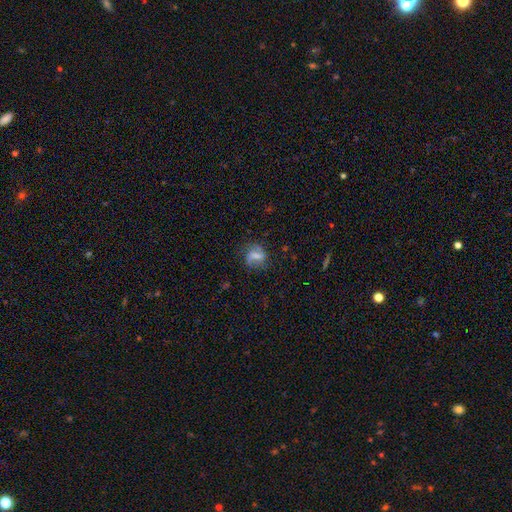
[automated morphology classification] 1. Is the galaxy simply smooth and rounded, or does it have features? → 51% featured or disk, 38% smooth, 11% star or artifact.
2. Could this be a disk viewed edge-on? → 95% no, 5% yes.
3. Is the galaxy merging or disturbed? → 65% none, 20% minor disturbance, 12% major disturbance, 2% merger.